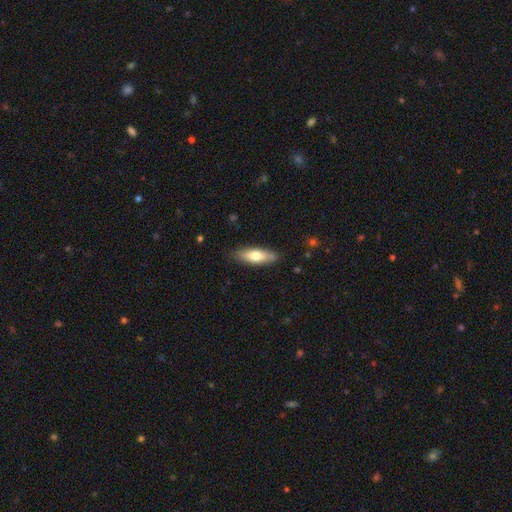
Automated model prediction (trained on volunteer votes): Smooth or featured?
  - smooth: 67% *
  - featured or disk: 27%
  - star or artifact: 6%
How rounded?
  - in between: 50% *
  - cigar-shaped: 48%
  - round: 2%
Merging?
  - none: 86% *
  - minor disturbance: 11%
  - major disturbance: 2%
  - merger: 1%